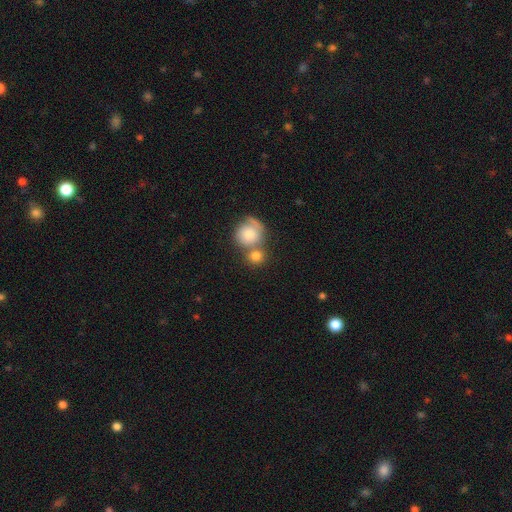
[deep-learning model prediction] smooth_or_featured: smooth (p=0.80) [alt: featured or disk p=0.12]
how_rounded: round (p=0.86) [alt: in between p=0.13]
merging: none (p=0.44) [alt: merger p=0.43]